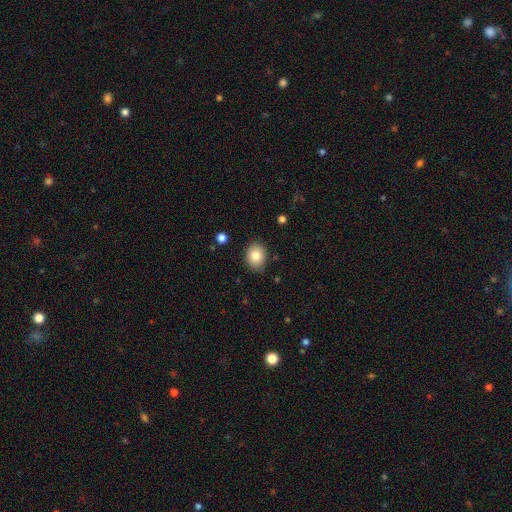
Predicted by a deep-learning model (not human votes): Morphology: type=smooth (83%); roundness=in between (53%); merging=none (86%).